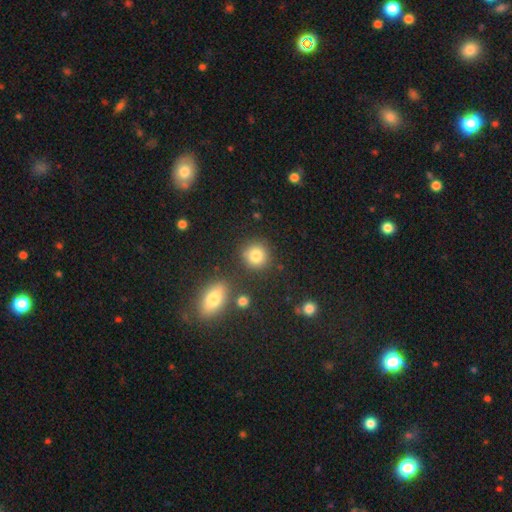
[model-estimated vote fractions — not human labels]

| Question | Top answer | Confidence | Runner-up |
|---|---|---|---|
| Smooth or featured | smooth | 82% | star or artifact (11%) |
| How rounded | round | 87% | in between (12%) |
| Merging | none | 80% | minor disturbance (10%) |